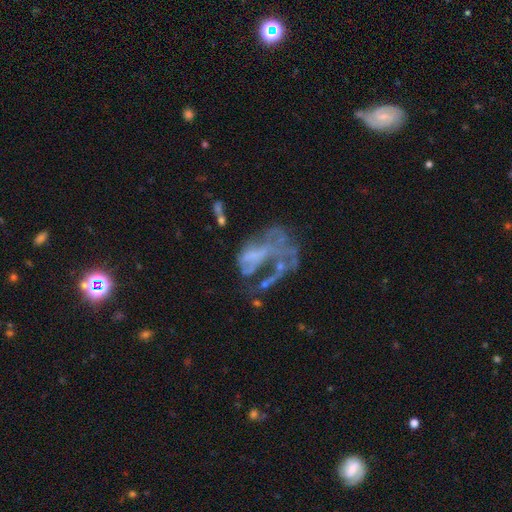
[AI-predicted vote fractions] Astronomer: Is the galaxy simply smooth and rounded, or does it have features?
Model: featured or disk — 64%.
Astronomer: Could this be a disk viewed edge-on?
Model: no — 97%.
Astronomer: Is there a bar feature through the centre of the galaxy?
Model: no — 80%.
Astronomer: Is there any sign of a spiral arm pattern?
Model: no — 76%.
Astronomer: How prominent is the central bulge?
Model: none — 71%.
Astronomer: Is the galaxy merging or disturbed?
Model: major disturbance — 50%.